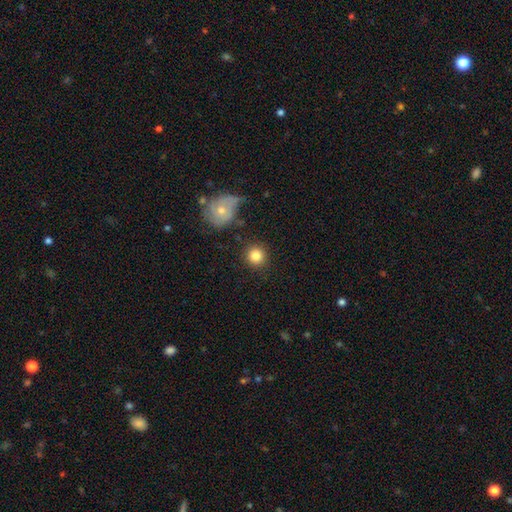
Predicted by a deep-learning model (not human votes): Overall: smooth (84%). How rounded: round (93%). Merging: none (85%).